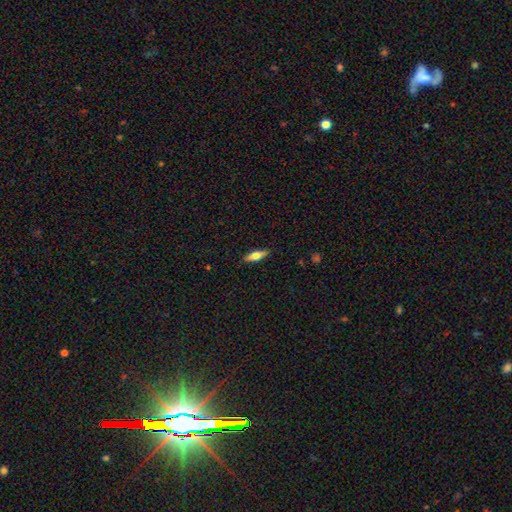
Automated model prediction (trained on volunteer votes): Morphology: type=smooth (57%); roundness=cigar-shaped (56%); merging=none (90%).